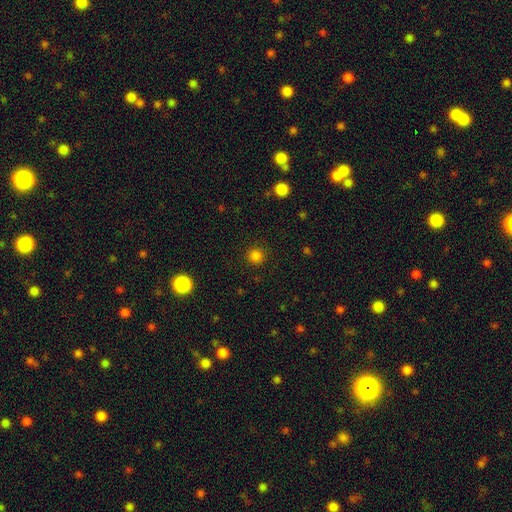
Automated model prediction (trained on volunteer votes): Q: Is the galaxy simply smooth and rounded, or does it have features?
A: smooth — 82%.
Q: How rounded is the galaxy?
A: round — 93%.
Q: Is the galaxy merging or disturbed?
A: none — 90%.